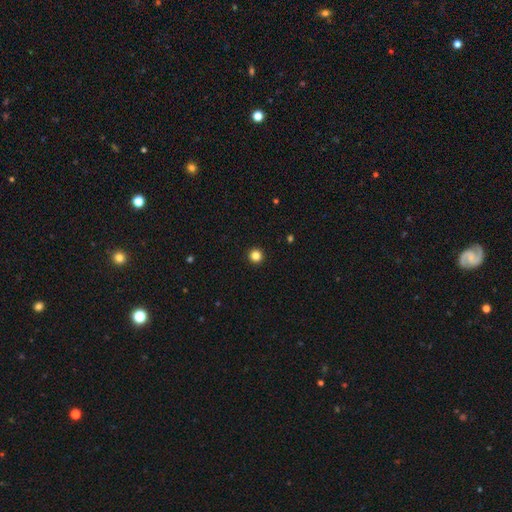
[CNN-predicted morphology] type=smooth (84%); roundness=round (96%); merging=none (94%).